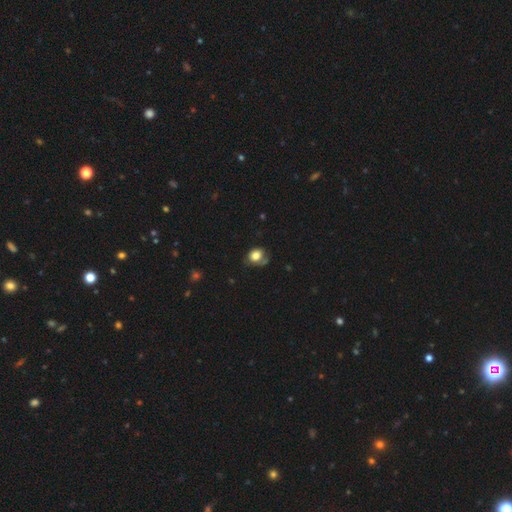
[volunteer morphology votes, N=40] smooth 75%, featured or disk 18%, star or artifact 8%. Down the decision tree: how rounded — in between (53%); merging — none (54%).